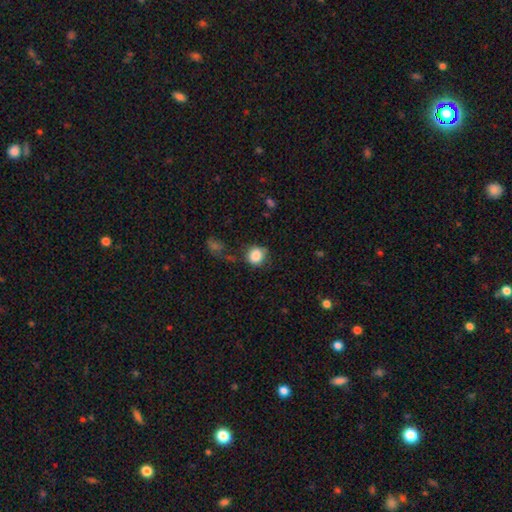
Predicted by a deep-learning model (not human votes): The model was most divided on "merging": none: 71%, minor disturbance: 18%, major disturbance: 6%, merger: 5%. More confident: smooth or featured — smooth (86%); how rounded — round (82%).